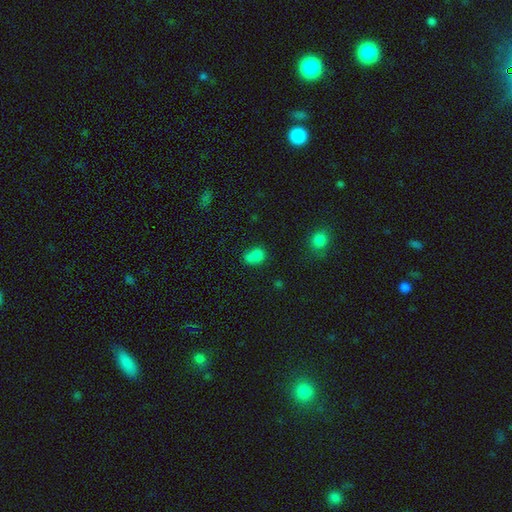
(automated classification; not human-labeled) smooth-or-featured: smooth: 77% | star or artifact: 13% | featured or disk: 10%
  how-rounded: in between: 51% | round: 47% | cigar-shaped: 1%
  merging: merger: 42% | none: 35% | minor disturbance: 15% | major disturbance: 8%